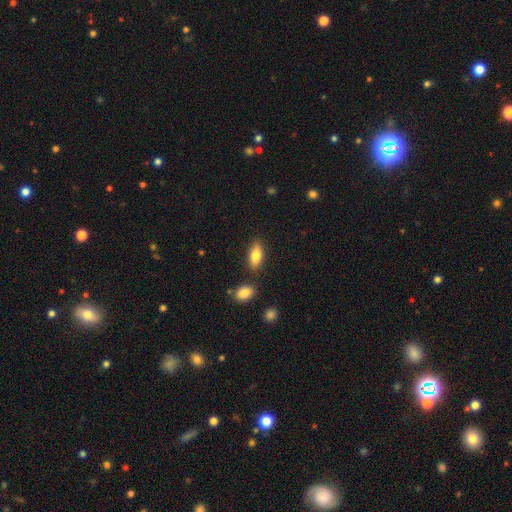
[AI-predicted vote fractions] A smooth galaxy with no disk features (83%) that is in between round and cigar-shaped (86%). Merging: none (81%).